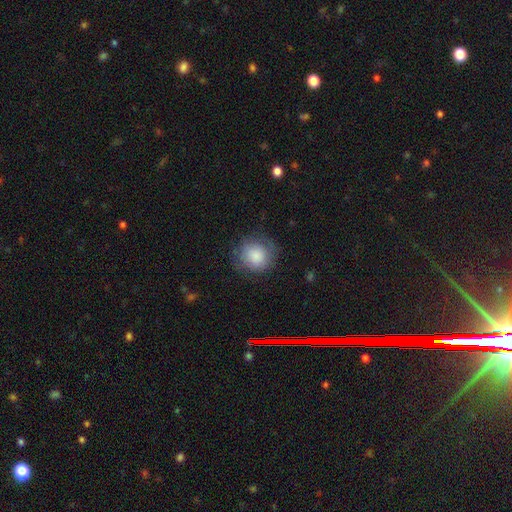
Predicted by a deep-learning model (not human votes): Smooth or featured? smooth (79%)
How rounded? round (88%)
Merging? none (72%)